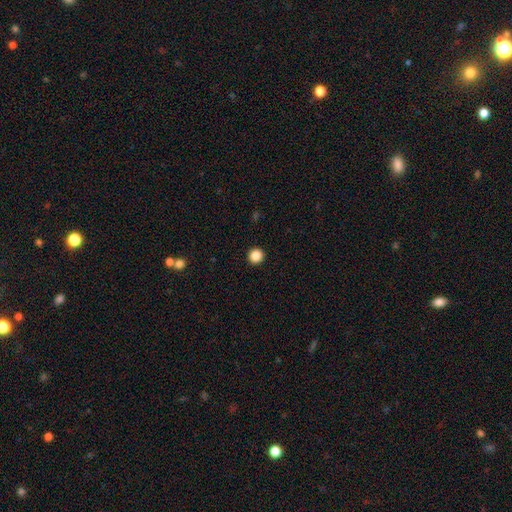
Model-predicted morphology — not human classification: Smooth or featured?
  - smooth: 86% *
  - star or artifact: 11%
  - featured or disk: 3%
How rounded?
  - round: 95% *
  - in between: 4%
  - cigar-shaped: 1%
Merging?
  - none: 94% *
  - minor disturbance: 4%
  - major disturbance: 1%
  - merger: 1%